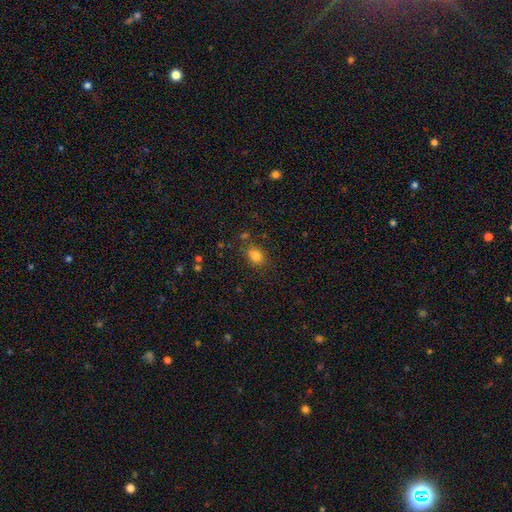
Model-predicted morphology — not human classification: Smooth or featured? Predicted: smooth (p=0.80). How rounded? Predicted: in between (p=0.56). Merging? Predicted: none (p=0.76).